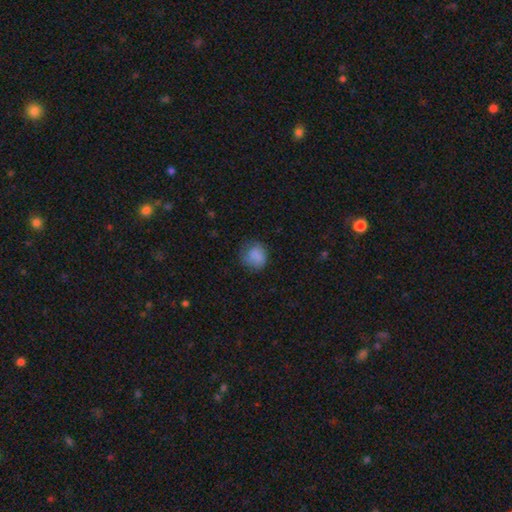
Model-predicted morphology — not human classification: Smooth or featured? smooth (82%)
How rounded? round (70%)
Merging? none (63%)